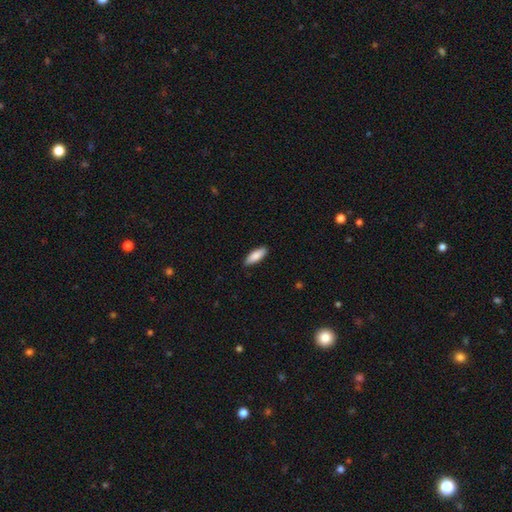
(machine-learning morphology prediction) smooth_or_featured: smooth (p=0.85) [alt: featured or disk p=0.09]
how_rounded: in between (p=0.63) [alt: cigar-shaped p=0.35]
merging: none (p=0.88) [alt: minor disturbance p=0.10]